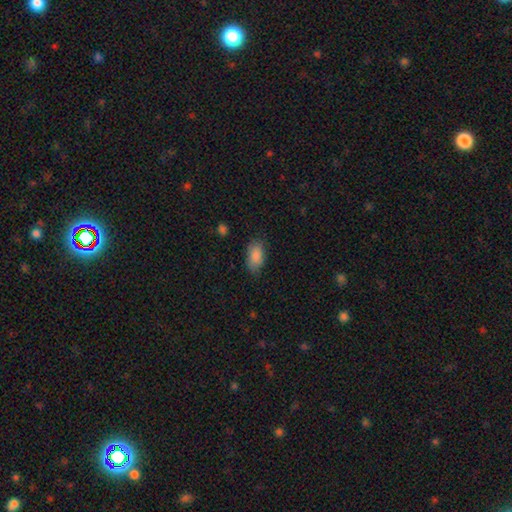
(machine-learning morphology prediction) smooth 88%, star or artifact 7%, featured or disk 5%. Down the decision tree: how rounded — in between (92%); merging — none (75%).